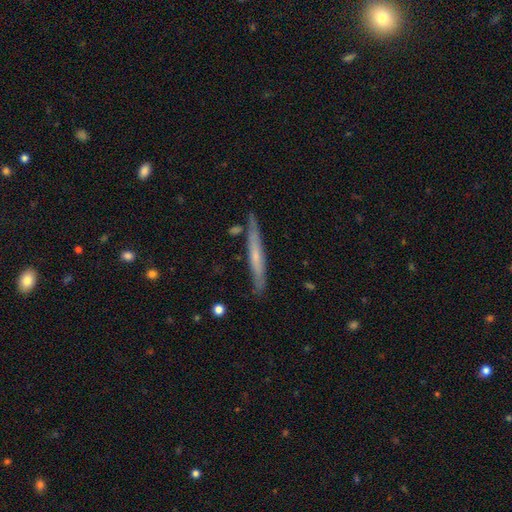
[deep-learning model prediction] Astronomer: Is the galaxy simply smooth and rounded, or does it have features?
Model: featured or disk — 53% (runner-up: smooth, 41%).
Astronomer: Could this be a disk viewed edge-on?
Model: yes — 91%.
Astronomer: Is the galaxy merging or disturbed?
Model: none — 80%.